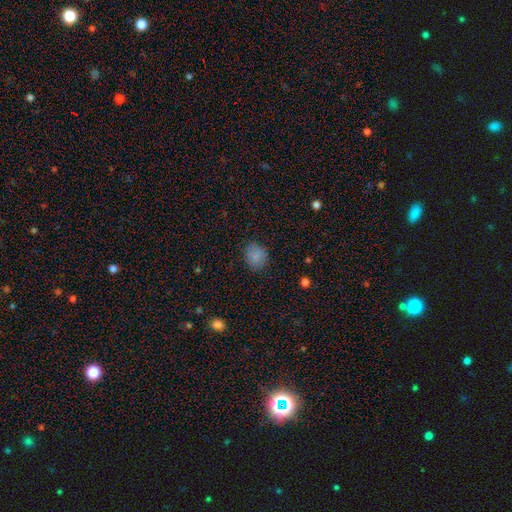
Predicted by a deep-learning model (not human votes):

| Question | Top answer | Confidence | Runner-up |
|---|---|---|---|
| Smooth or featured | smooth | 84% | star or artifact (10%) |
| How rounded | round | 72% | in between (28%) |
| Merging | none | 84% | minor disturbance (12%) |